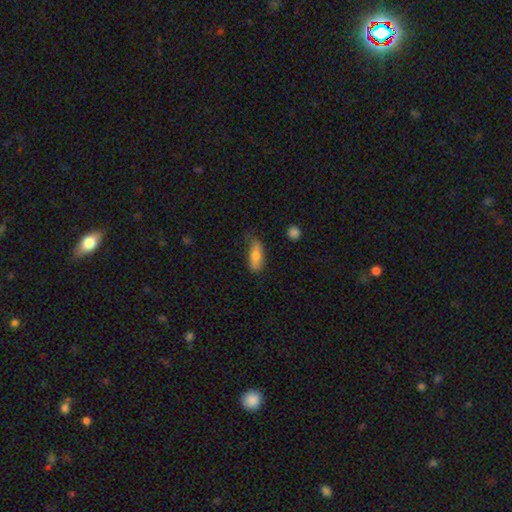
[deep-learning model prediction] Smooth or featured?
  - smooth: 73% *
  - featured or disk: 20%
  - star or artifact: 7%
How rounded?
  - in between: 63% *
  - cigar-shaped: 35%
  - round: 3%
Merging?
  - none: 62% *
  - minor disturbance: 29%
  - major disturbance: 7%
  - merger: 2%